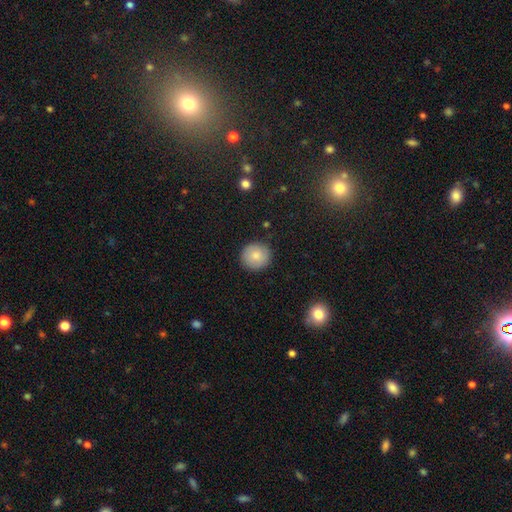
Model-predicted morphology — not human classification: The model was most divided on "smooth or featured": smooth: 82%, featured or disk: 11%, star or artifact: 8%. More confident: how rounded — round (92%); merging — none (89%).